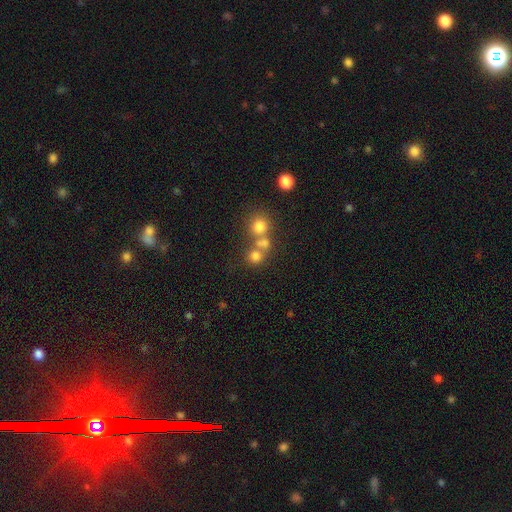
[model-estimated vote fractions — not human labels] Q: Smooth or featured?
A: smooth (71%); runner-up: star or artifact (17%)
Q: How rounded?
A: round (86%); runner-up: in between (13%)
Q: Merging?
A: none (50%); runner-up: merger (38%)